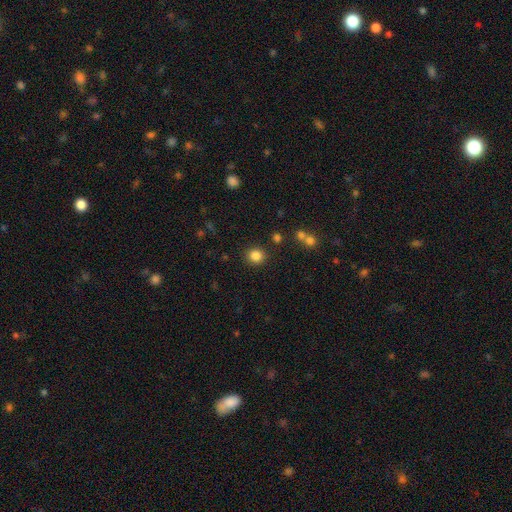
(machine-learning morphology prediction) Smooth or featured: smooth — 85% (star or artifact — 11%)
How rounded: round — 87% (in between — 12%)
Merging: none — 89% (minor disturbance — 6%)